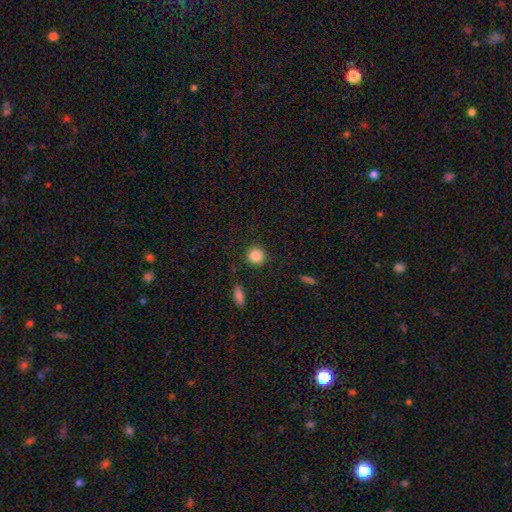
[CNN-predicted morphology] type=smooth (86%); roundness=round (93%); merging=none (89%).